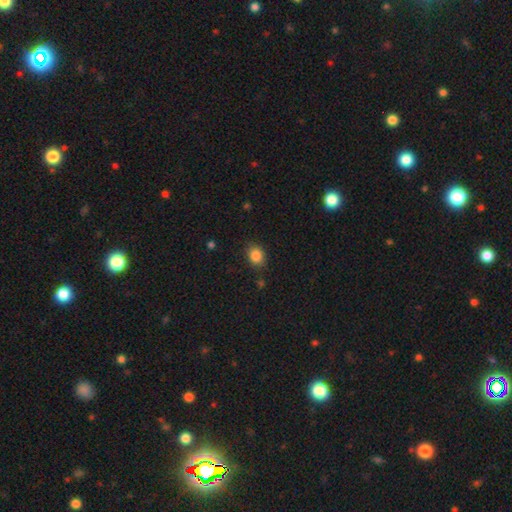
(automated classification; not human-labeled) smooth_or_featured: smooth (p=0.86) [alt: star or artifact p=0.10]
how_rounded: round (p=0.54) [alt: in between p=0.46]
merging: none (p=0.83) [alt: minor disturbance p=0.12]